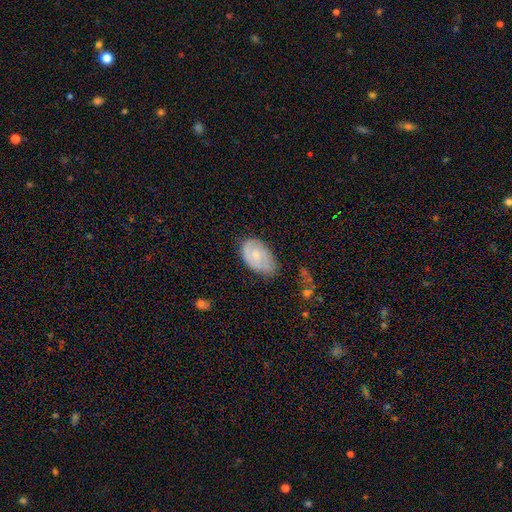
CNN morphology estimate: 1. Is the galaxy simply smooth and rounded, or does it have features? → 48% featured or disk, 45% smooth, 6% star or artifact.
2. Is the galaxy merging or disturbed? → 53% none, 35% minor disturbance, 10% major disturbance, 2% merger.